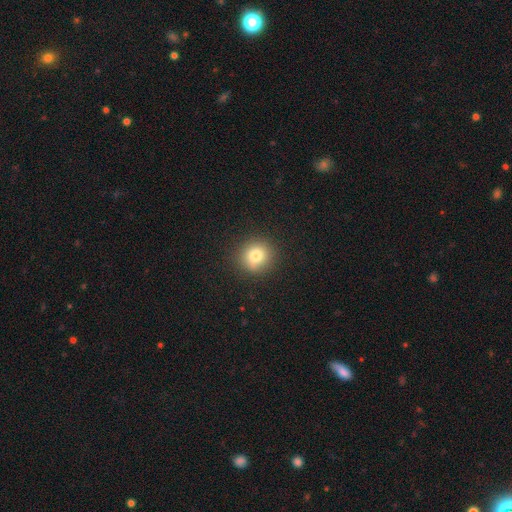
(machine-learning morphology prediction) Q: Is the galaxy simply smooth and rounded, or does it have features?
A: smooth — 79%.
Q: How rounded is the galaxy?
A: round — 89%.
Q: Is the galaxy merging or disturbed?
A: none — 88%.